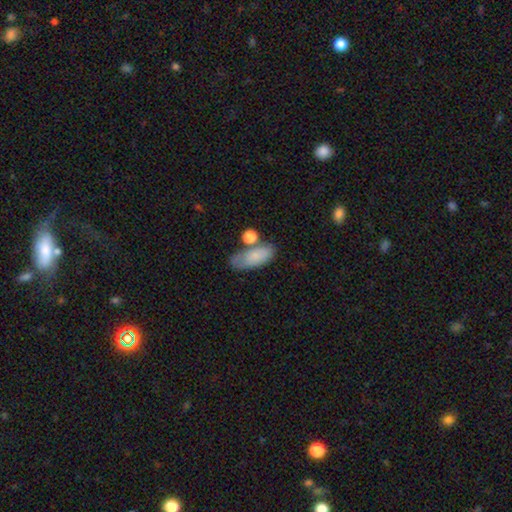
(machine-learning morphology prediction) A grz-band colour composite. It shows a smooth galaxy with no disk features (78%) that is in between round and cigar-shaped (85%). Merging: none (53%).